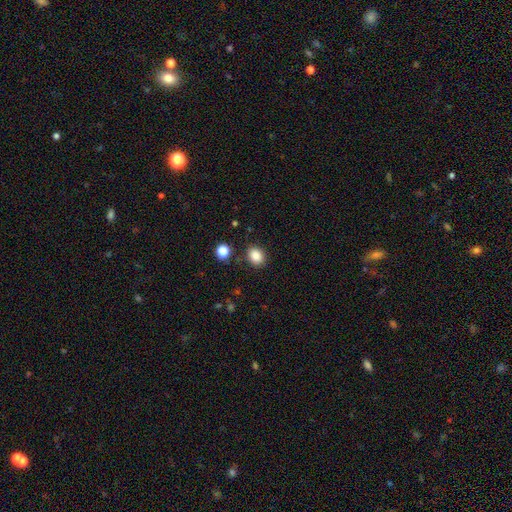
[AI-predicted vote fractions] Smooth or featured? Predicted: smooth (p=0.86). How rounded? Predicted: round (p=0.50). Merging? Predicted: none (p=0.84).